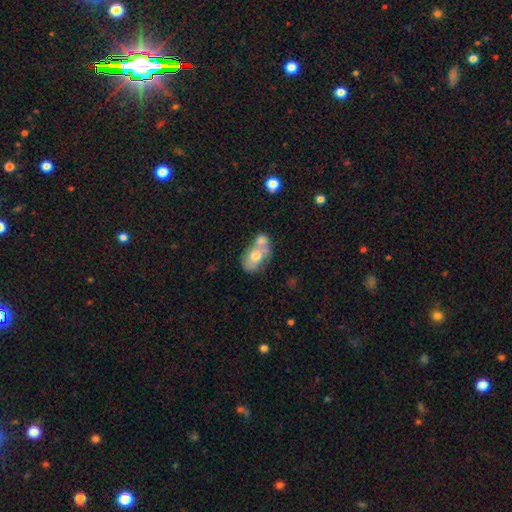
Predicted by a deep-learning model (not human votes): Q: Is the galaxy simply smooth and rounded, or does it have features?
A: smooth — 58%.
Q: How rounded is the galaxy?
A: in between — 79%.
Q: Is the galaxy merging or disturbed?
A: merger — 60%.